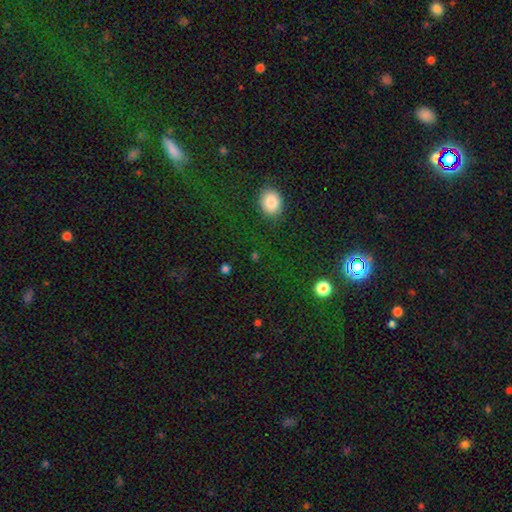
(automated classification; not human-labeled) Morphology: type=smooth (65%); roundness=round (67%); merging=none (86%).